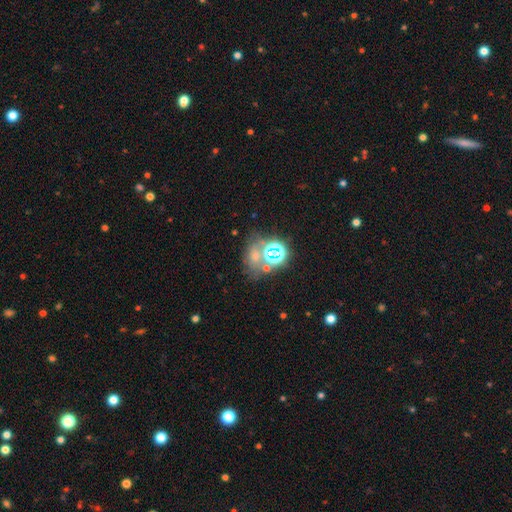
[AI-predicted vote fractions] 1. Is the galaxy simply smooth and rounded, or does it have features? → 41% smooth (tied), 41% star or artifact (tied), 18% featured or disk.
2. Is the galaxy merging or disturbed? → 46% none, 27% merger, 15% minor disturbance, 13% major disturbance.